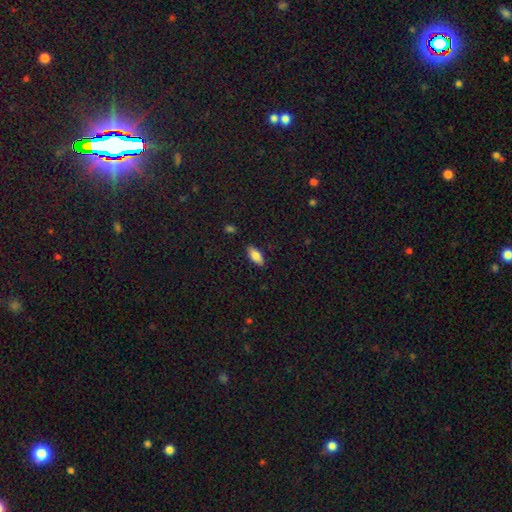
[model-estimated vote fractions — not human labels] Smooth or featured? Predicted: smooth (p=0.80). How rounded? Predicted: in between (p=0.86). Merging? Predicted: none (p=0.87).